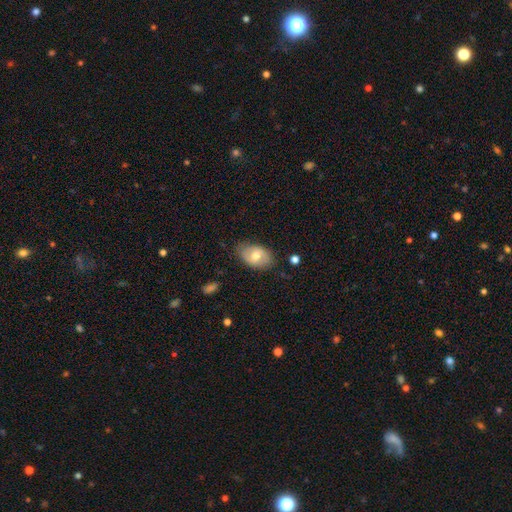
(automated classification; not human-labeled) Q: Smooth or featured?
A: smooth (62%); runner-up: featured or disk (32%)
Q: How rounded?
A: in between (90%); runner-up: round (9%)
Q: Merging?
A: none (78%); runner-up: minor disturbance (17%)